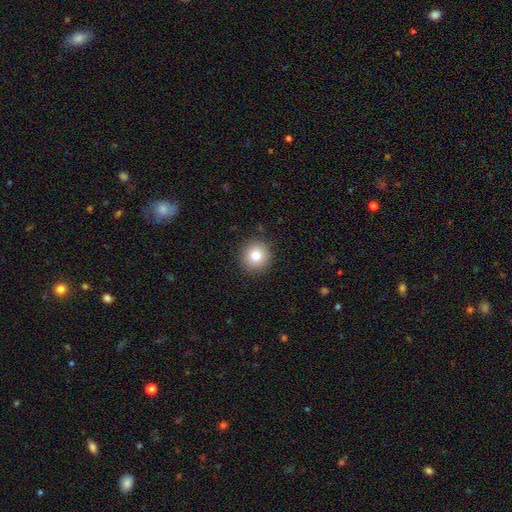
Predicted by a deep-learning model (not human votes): A smooth galaxy with no disk features (79%) that is round (94%). Merging: none (91%).